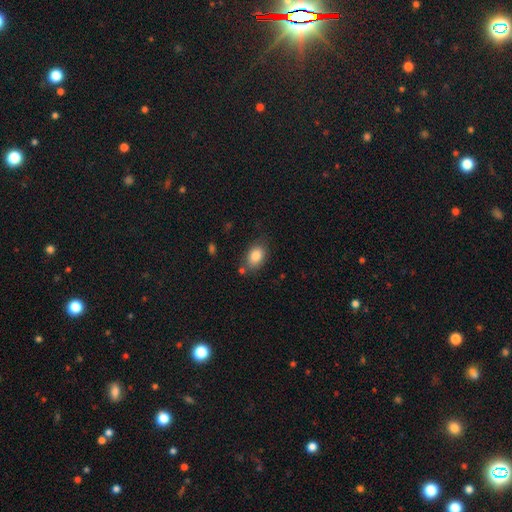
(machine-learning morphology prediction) Smooth or featured?
  - smooth: 84% *
  - featured or disk: 8%
  - star or artifact: 8%
How rounded?
  - in between: 81% *
  - round: 18%
  - cigar-shaped: 1%
Merging?
  - none: 73% *
  - minor disturbance: 17%
  - merger: 6%
  - major disturbance: 5%